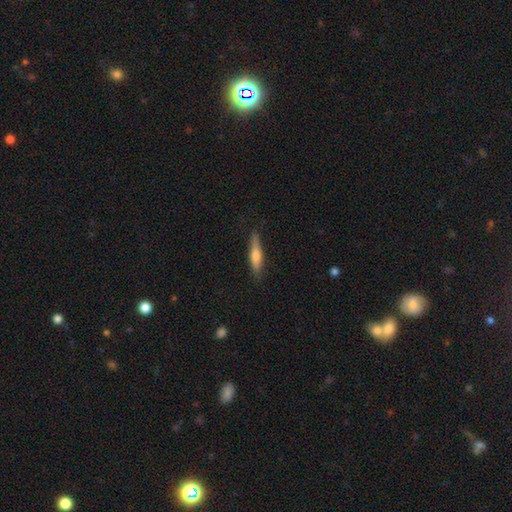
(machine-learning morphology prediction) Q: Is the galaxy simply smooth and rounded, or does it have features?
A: smooth — 60%.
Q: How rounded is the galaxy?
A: cigar-shaped — 83%.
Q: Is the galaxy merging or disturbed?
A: none — 84%.